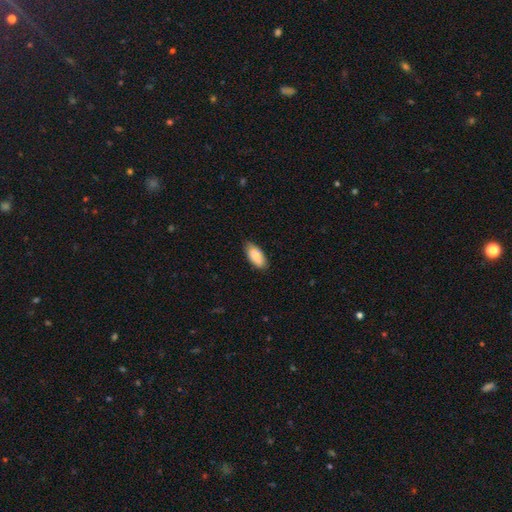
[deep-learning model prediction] A smooth galaxy with no disk features (86%) that is in between round and cigar-shaped (90%). Merging: none (83%).